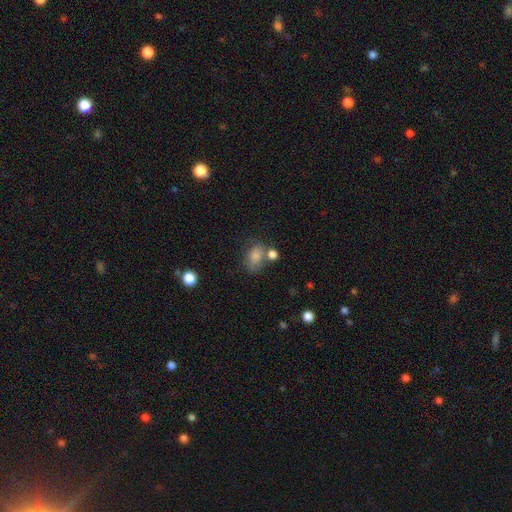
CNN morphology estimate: type=smooth (74%); roundness=in between (73%); merging=none (51%).